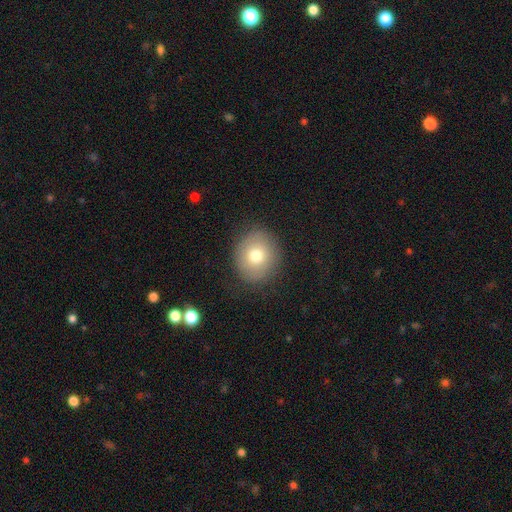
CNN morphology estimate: A smooth galaxy with no disk features (74%) that is round (76%). Merging: none (84%).